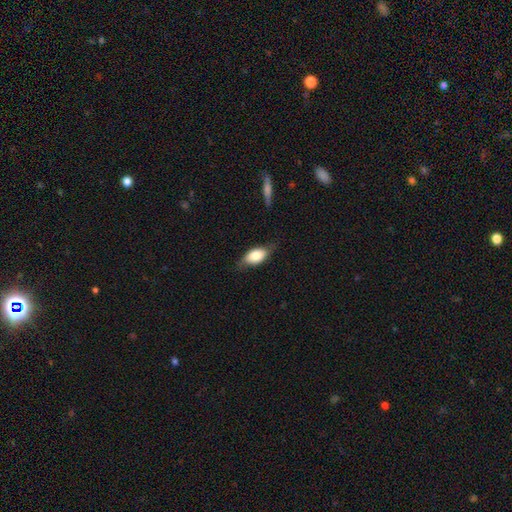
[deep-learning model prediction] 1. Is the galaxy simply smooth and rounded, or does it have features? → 71% smooth, 23% featured or disk, 7% star or artifact.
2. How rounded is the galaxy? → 87% in between, 7% cigar-shaped, 6% round.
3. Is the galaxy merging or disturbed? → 69% none, 23% minor disturbance, 6% major disturbance, 1% merger.